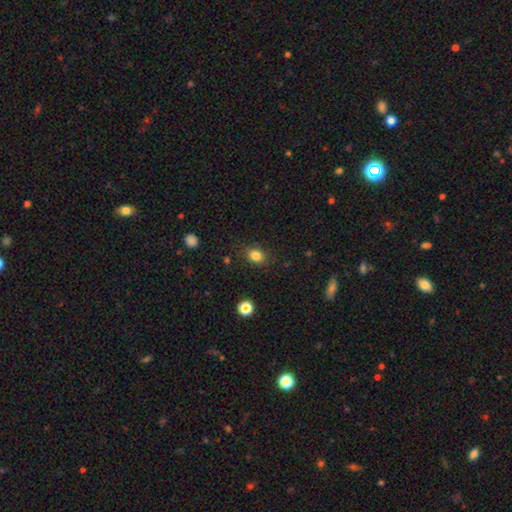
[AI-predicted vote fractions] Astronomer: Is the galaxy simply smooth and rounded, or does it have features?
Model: smooth — 83%.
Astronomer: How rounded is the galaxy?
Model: in between — 51% (runner-up: round, 48%).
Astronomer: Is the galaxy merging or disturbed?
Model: none — 82%.